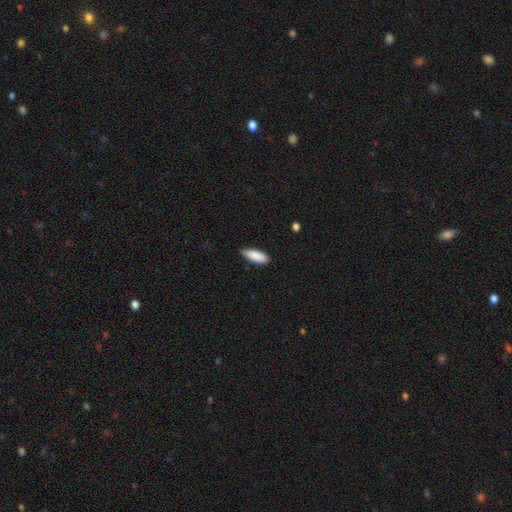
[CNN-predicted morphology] Overall: smooth (89%). How rounded: in between (72%). Merging: none (83%).